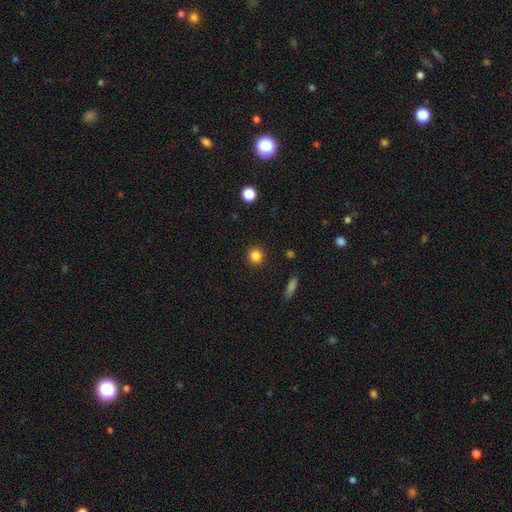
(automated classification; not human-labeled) The model was most divided on "smooth or featured": smooth: 84%, star or artifact: 11%, featured or disk: 4%. More confident: merging — none (91%); how rounded — round (87%).